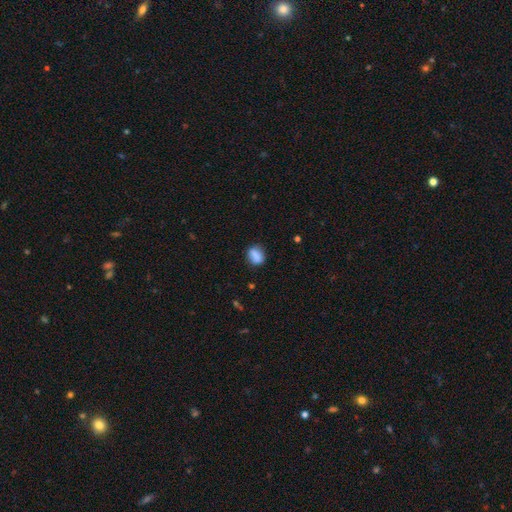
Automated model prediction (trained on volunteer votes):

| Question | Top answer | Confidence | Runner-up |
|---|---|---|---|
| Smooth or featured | smooth | 83% | featured or disk (9%) |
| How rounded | in between | 61% | round (35%) |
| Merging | none | 77% | minor disturbance (16%) |